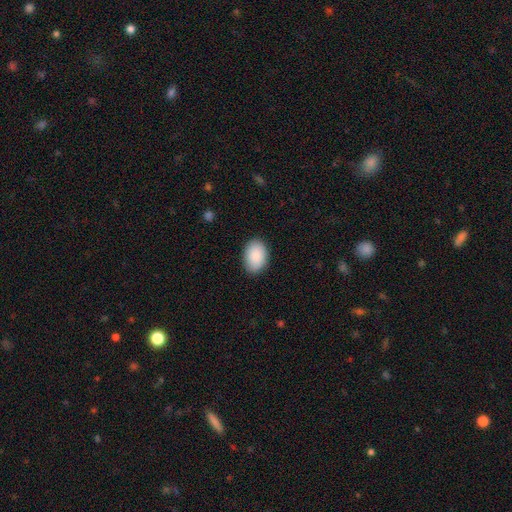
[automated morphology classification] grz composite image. It shows a smooth galaxy with no disk features (91%) that is in between round and cigar-shaped (85%). Merging: none (87%).